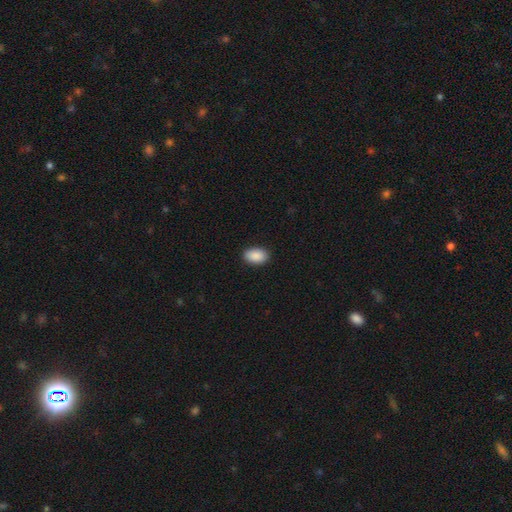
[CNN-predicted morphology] smooth 91%, star or artifact 7%, featured or disk 3%. Down the decision tree: how rounded — in between (91%); merging — none (89%).